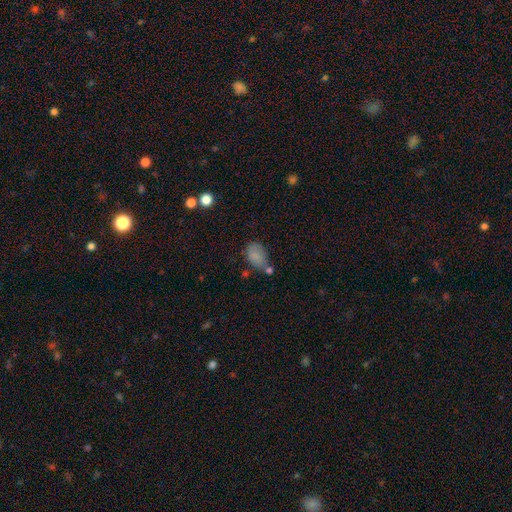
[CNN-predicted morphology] Smooth or featured? Predicted: smooth (p=0.80). How rounded? Predicted: in between (p=0.85). Merging? Predicted: none (p=0.43).